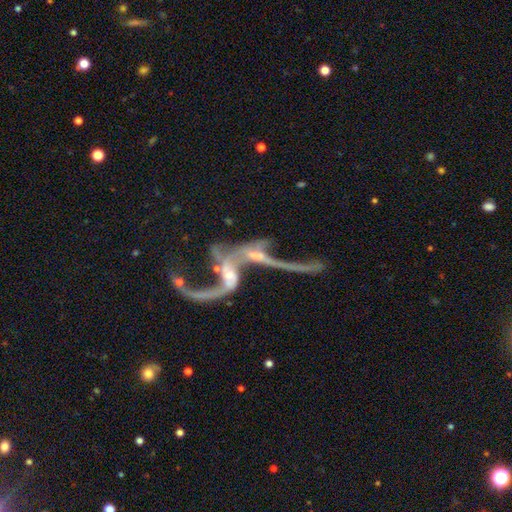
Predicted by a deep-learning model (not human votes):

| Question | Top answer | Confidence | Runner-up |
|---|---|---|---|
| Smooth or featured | featured or disk | 78% | star or artifact (11%) |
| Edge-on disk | no | 93% | yes (7%) |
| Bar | no | 62% | weak (25%) |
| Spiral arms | yes | 68% | no (32%) |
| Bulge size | small | 44% | moderate (26%) |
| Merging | merger | 65% | major disturbance (21%) |